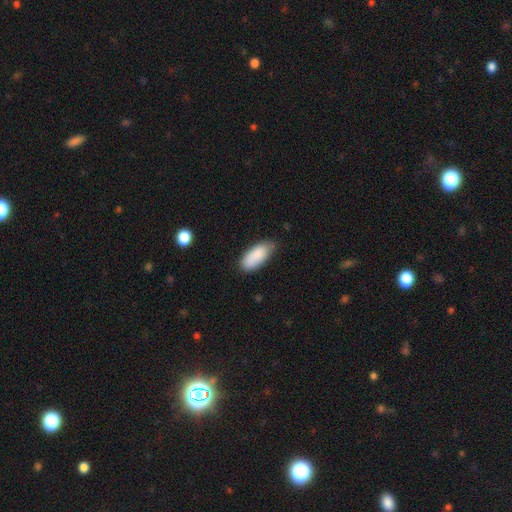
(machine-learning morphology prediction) Overall: smooth (86%). How rounded: in between (86%). Merging: none (73%).